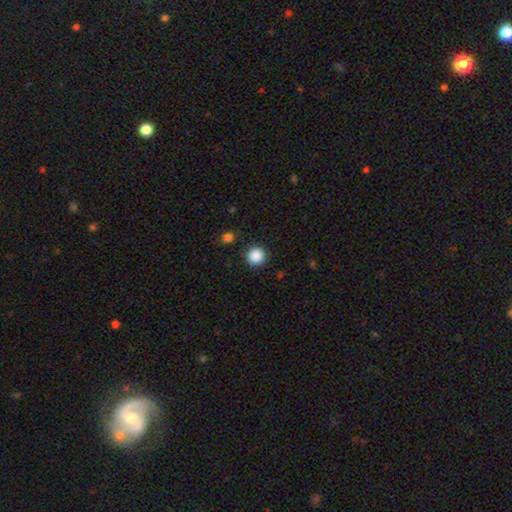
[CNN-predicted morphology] Overall: smooth (88%). How rounded: round (95%). Merging: none (90%).